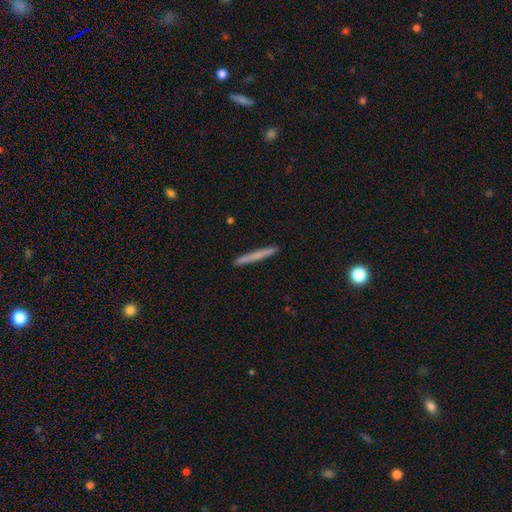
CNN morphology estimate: This appears to be a smooth galaxy with no disk features (66%) that is cigar-shaped (97%). Merging: none (92%).